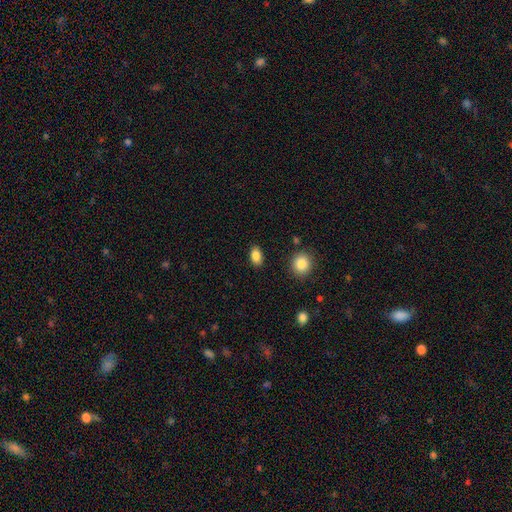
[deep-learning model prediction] Smooth or featured: smooth — 86% (star or artifact — 9%)
How rounded: in between — 87% (round — 11%)
Merging: none — 87% (minor disturbance — 9%)